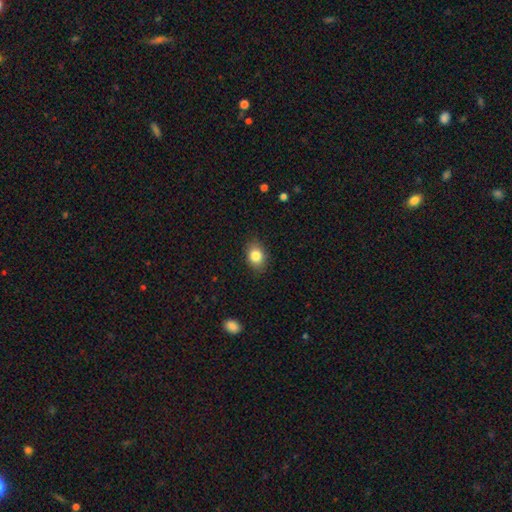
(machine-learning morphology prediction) The model was most divided on "how rounded": in between: 69%, round: 30%, cigar-shaped: 1%. More confident: merging — none (85%); smooth or featured — smooth (84%).